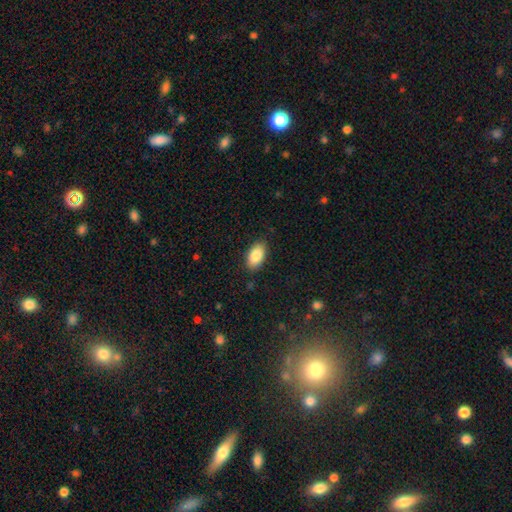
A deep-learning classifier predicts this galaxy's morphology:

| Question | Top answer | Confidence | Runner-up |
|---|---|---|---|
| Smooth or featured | smooth | 87% | star or artifact (7%) |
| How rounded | in between | 94% | round (4%) |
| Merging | none | 87% | minor disturbance (10%) |